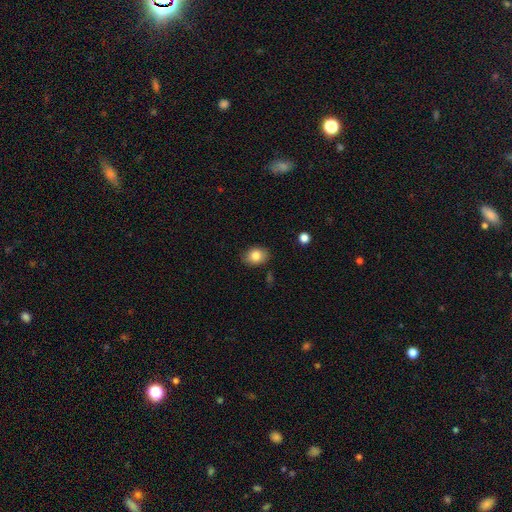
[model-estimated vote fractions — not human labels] smooth_or_featured: smooth (p=0.83) [alt: star or artifact p=0.09]
how_rounded: in between (p=0.67) [alt: round p=0.32]
merging: none (p=0.84) [alt: minor disturbance p=0.12]